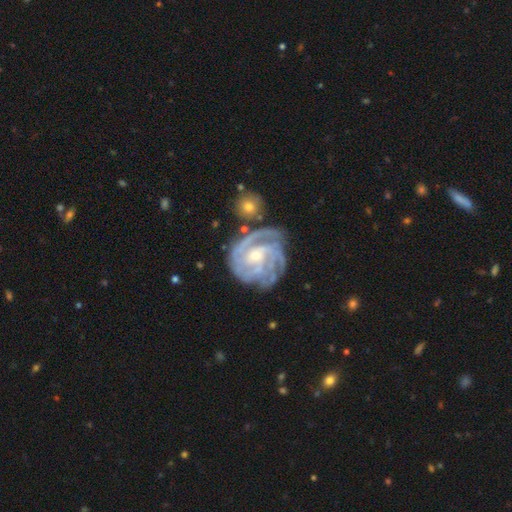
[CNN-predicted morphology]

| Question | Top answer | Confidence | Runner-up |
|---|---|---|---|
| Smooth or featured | featured or disk | 89% | star or artifact (5%) |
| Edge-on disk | no | 98% | yes (2%) |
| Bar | no | 51% | weak (36%) |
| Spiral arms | yes | 97% | no (3%) |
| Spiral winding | tight | 70% | medium (26%) |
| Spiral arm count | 4 | 28% | 3 (26%) |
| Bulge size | small | 69% | moderate (27%) |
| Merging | none | 66% | minor disturbance (20%) |